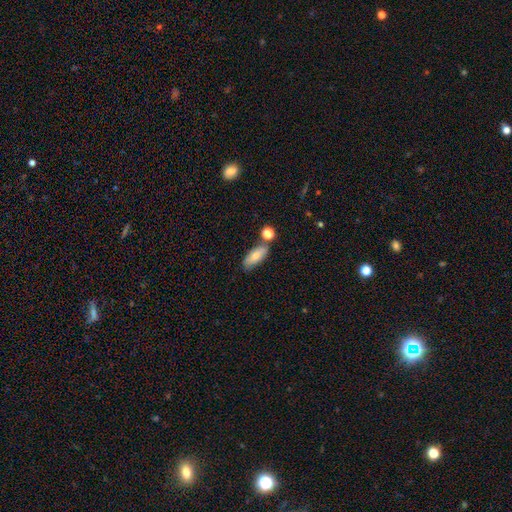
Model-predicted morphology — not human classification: Q: Smooth or featured?
A: smooth (74%); runner-up: featured or disk (19%)
Q: How rounded?
A: in between (78%); runner-up: cigar-shaped (19%)
Q: Merging?
A: none (68%); runner-up: minor disturbance (15%)